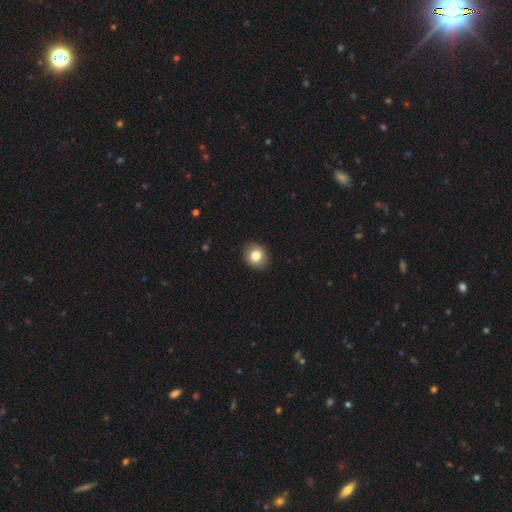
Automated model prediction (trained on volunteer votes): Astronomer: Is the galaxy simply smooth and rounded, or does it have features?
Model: smooth — 82%.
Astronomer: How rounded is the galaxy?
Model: round — 69%.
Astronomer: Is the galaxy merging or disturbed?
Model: none — 88%.